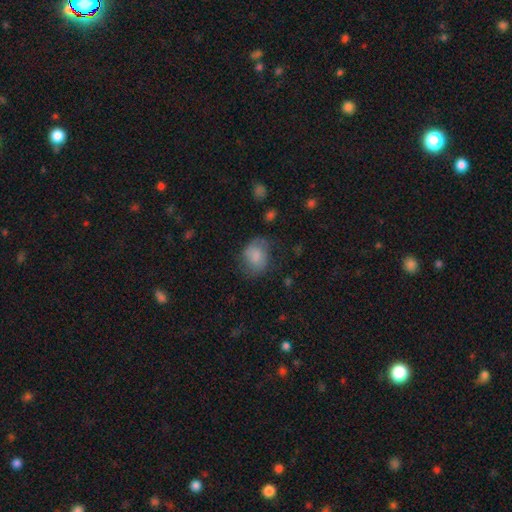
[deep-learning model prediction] Smooth or featured: smooth — 71% (featured or disk — 20%)
How rounded: in between — 55% (round — 44%)
Merging: none — 52% (minor disturbance — 29%)